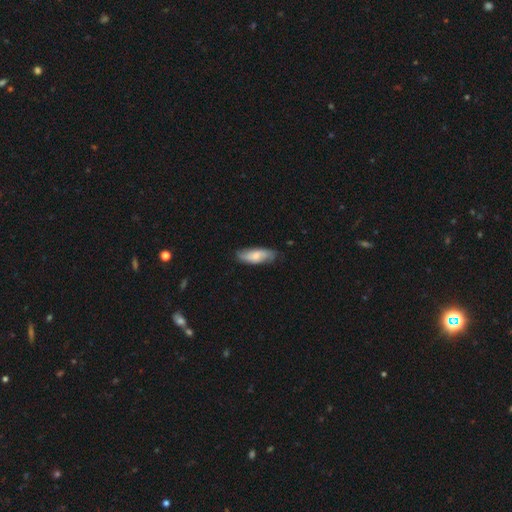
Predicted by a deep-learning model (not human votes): Overall: smooth (64%; featured or disk 30%). How rounded: in between (66%; cigar-shaped 32%). Merging: none (76%).